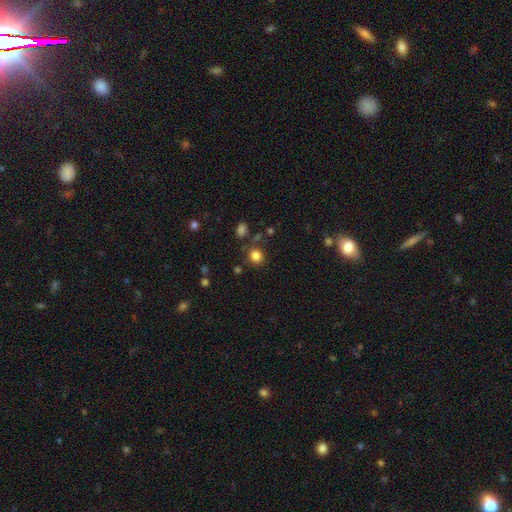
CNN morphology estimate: Smooth or featured? Predicted: smooth (p=0.82). How rounded? Predicted: round (p=0.79). Merging? Predicted: none (p=0.78).